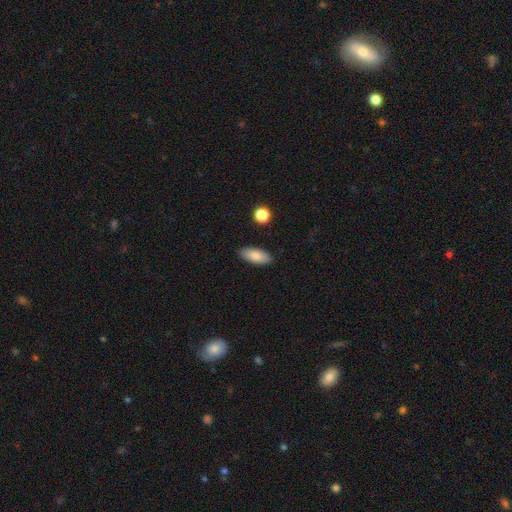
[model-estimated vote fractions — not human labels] smooth-or-featured: smooth: 83% | featured or disk: 10% | star or artifact: 7%
  how-rounded: in between: 84% | cigar-shaped: 13% | round: 3%
  merging: none: 88% | minor disturbance: 9% | major disturbance: 2% | merger: 1%